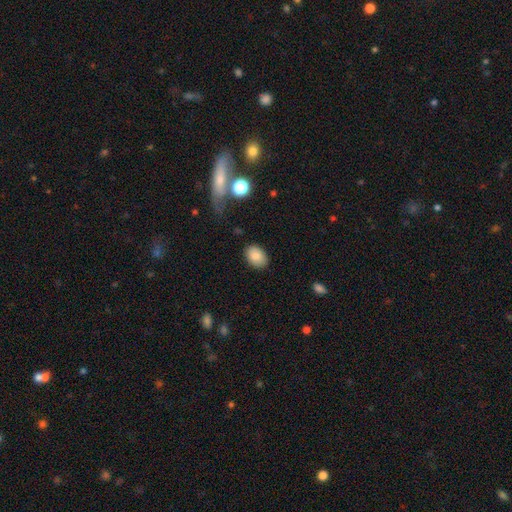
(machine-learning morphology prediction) Overall: smooth (86%). How rounded: in between (80%). Merging: none (85%).